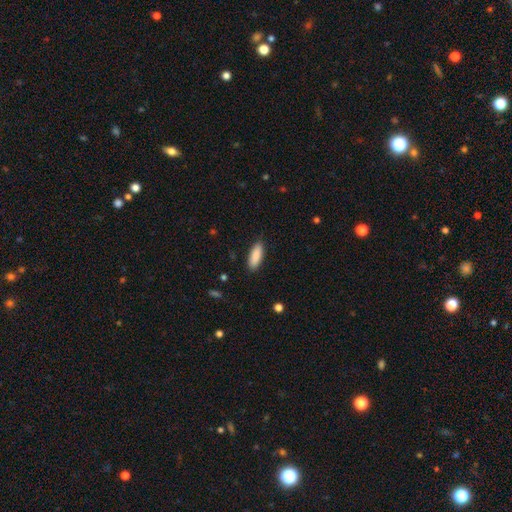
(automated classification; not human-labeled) smooth_or_featured: smooth (p=0.89) [alt: star or artifact p=0.06]
how_rounded: in between (p=0.66) [alt: cigar-shaped p=0.32]
merging: none (p=0.88) [alt: minor disturbance p=0.09]